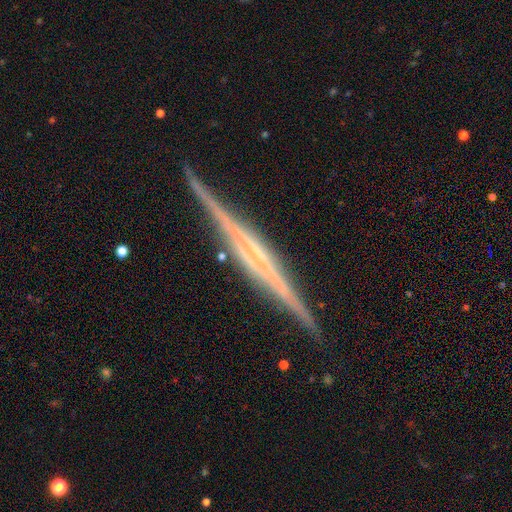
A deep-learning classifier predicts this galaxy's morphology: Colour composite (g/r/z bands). It shows a featured or disk galaxy (87%) viewed edge-on (98%) with a boxy central bulge (38%). Merging: none (89%).